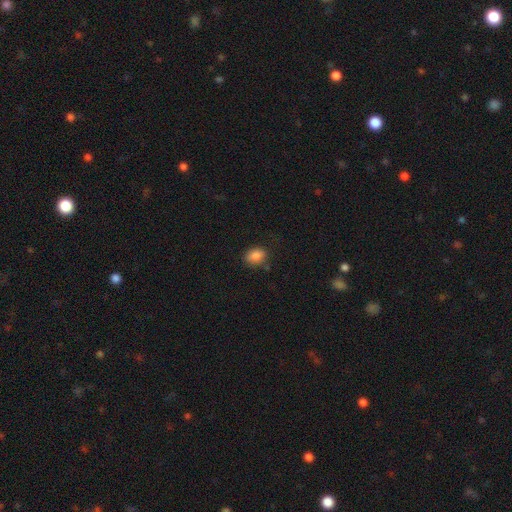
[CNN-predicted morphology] This is clearly a smooth galaxy (86%). How rounded: likely in between (72%). Merging: likely none (78%).